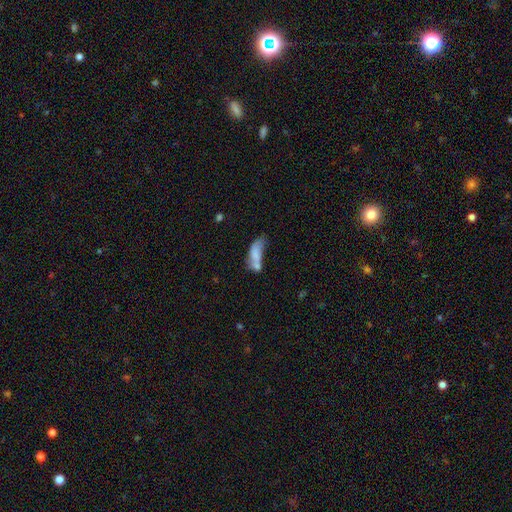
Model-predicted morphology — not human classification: A smooth galaxy with no disk features (66%) that is in between round and cigar-shaped (71%).

Vote fractions:
- Smooth or featured? smooth: 66% / featured or disk: 24% / star or artifact: 9%
- How rounded? in between: 71% / cigar-shaped: 26% / round: 3%
- Merging? merger: 39% / none: 22% / minor disturbance: 20% / major disturbance: 19%